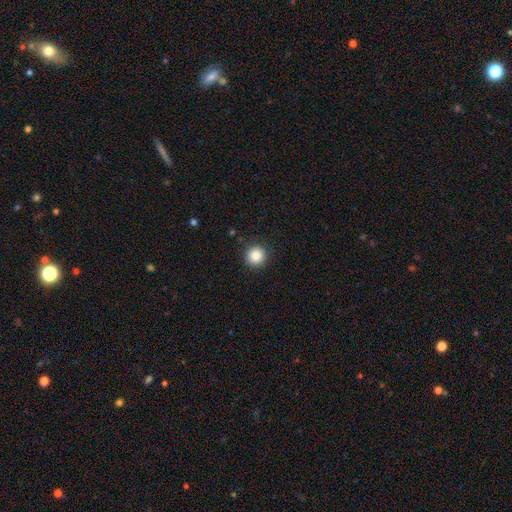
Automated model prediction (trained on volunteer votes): This appears to be a smooth galaxy with no disk features (86%) that is round (94%). Merging: none (91%).